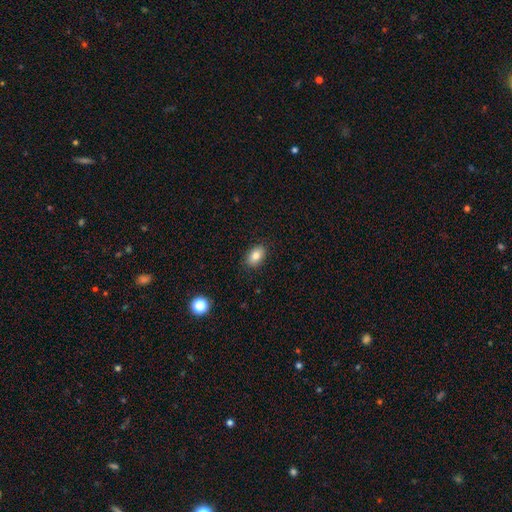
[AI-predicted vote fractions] smooth 82%, featured or disk 9%, star or artifact 8%. Down the decision tree: how rounded — in between (88%); merging — none (88%).